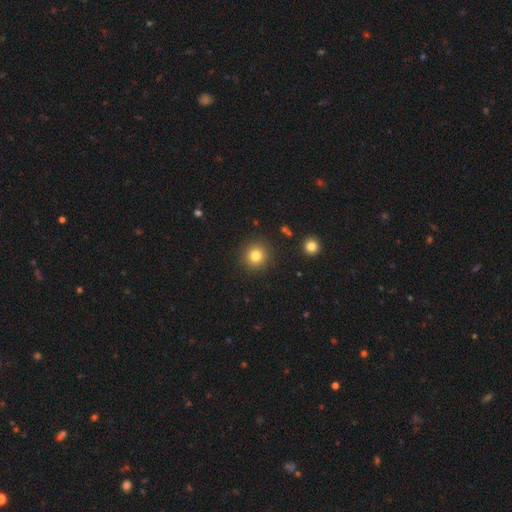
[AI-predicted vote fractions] Smooth or featured? Predicted: smooth (p=0.80). How rounded? Predicted: round (p=0.93). Merging? Predicted: none (p=0.90).